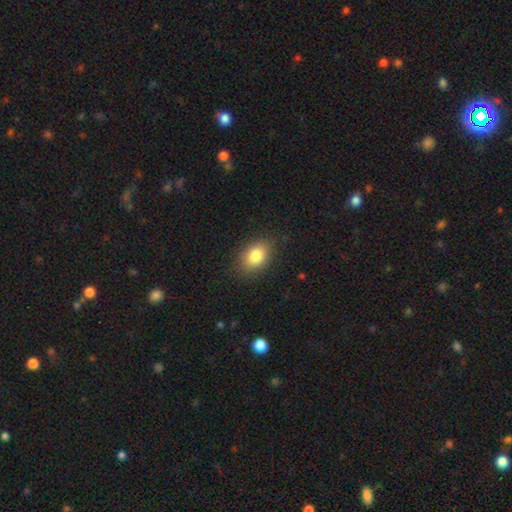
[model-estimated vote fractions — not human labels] Smooth or featured: smooth — 84% (star or artifact — 8%)
How rounded: in between — 80% (round — 19%)
Merging: none — 84% (minor disturbance — 11%)